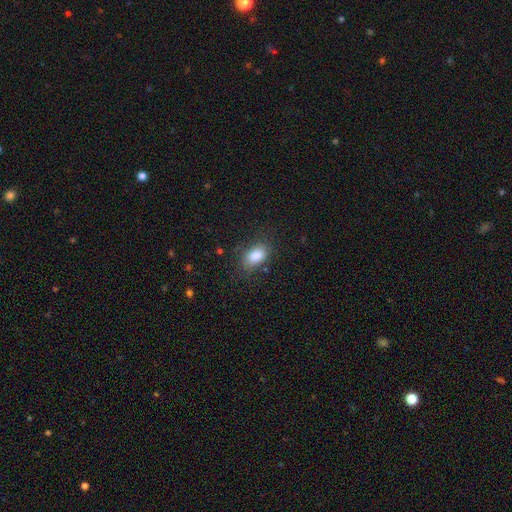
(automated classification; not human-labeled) Morphology: type=smooth (85%); roundness=in between (88%); merging=none (76%).